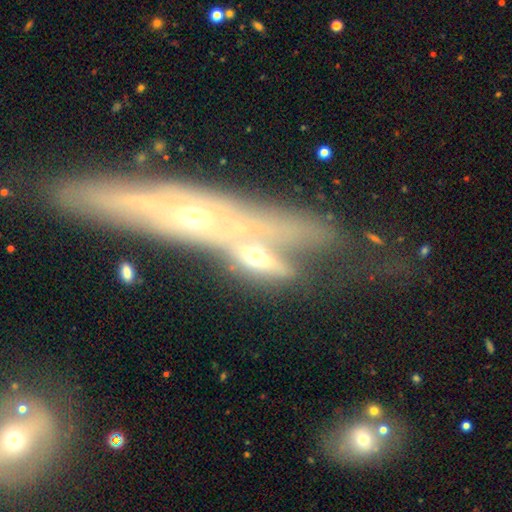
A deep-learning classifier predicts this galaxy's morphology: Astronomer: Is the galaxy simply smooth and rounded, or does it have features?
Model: featured or disk — 47% (runner-up: smooth, 38%).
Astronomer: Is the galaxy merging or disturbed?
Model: merger — 52%.